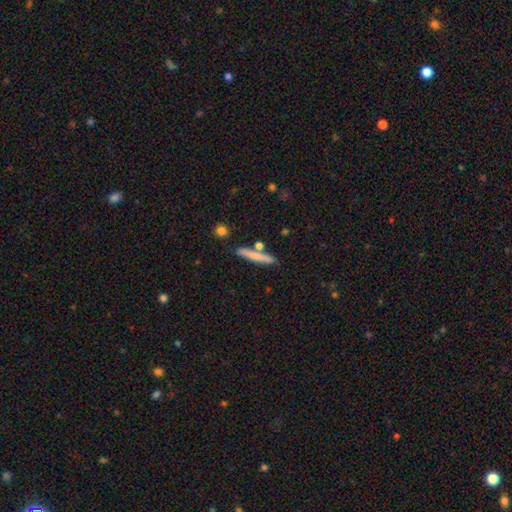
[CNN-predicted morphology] smooth 69%, featured or disk 25%, star or artifact 6%. Down the decision tree: how rounded — cigar-shaped (93%); merging — none (81%).